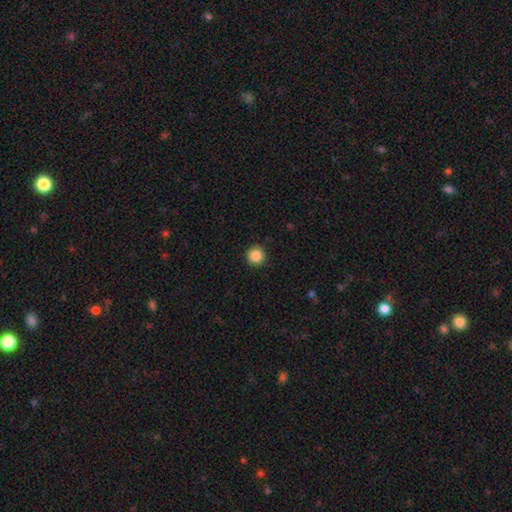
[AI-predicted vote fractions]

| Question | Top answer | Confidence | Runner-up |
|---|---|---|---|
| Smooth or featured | smooth | 87% | star or artifact (10%) |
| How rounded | round | 95% | in between (4%) |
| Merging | none | 92% | minor disturbance (5%) |